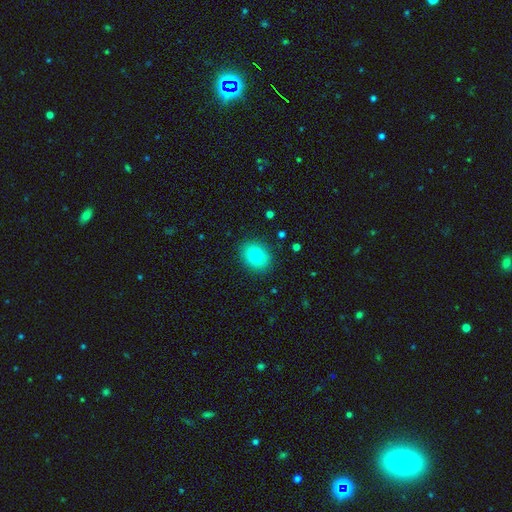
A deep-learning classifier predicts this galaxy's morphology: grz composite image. It shows a smooth galaxy with no disk features (79%) that is round (53%). Merging: none (88%).